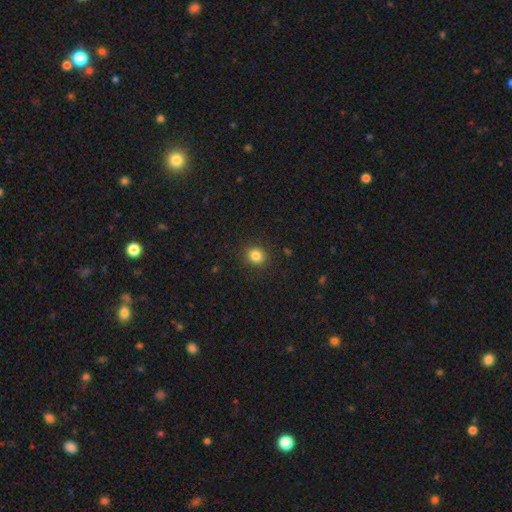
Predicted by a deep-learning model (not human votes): Morphology: type=smooth (83%); roundness=round (80%); merging=none (90%).